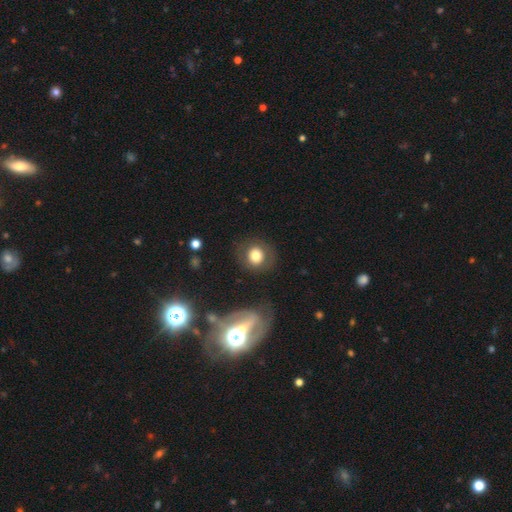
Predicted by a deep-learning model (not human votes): This appears to be a smooth galaxy with no disk features (74%) that is round (80%). Merging: none (78%).